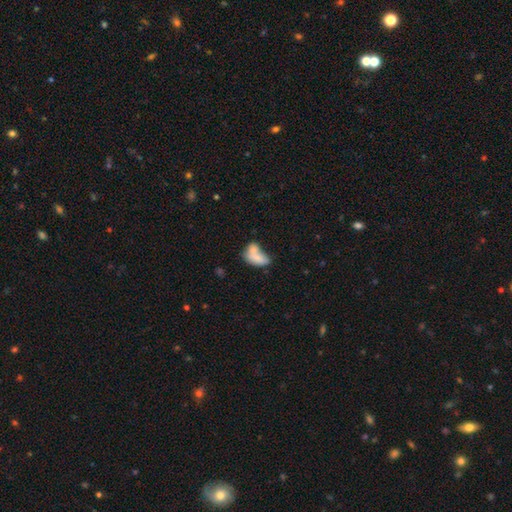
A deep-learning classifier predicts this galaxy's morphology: This is likely a smooth galaxy (72%). How rounded: clearly in between (88%). Merging: possibly merger (57%).